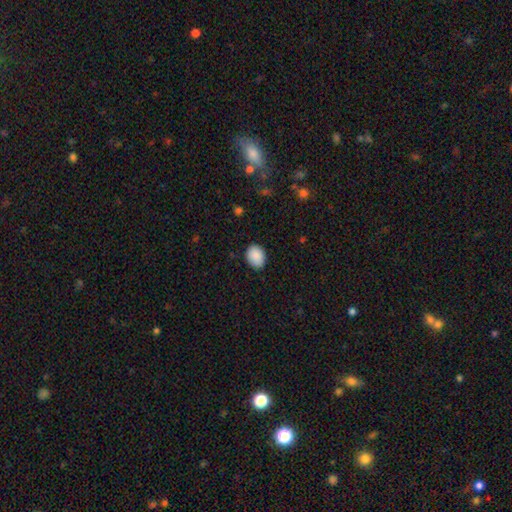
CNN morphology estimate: type=smooth (90%); roundness=in between (60%); merging=none (86%).